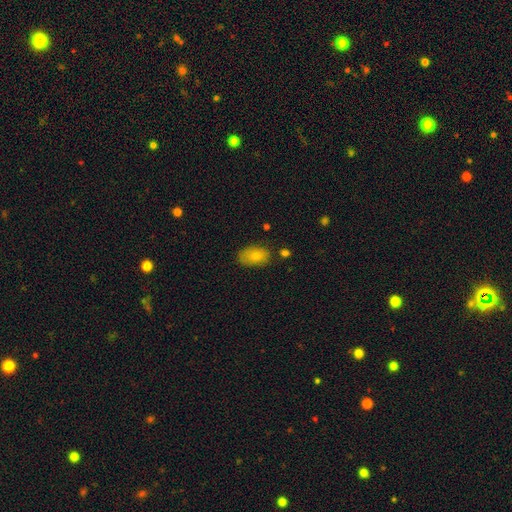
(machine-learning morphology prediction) Overall: smooth (74%). How rounded: in between (87%). Merging: none (76%).